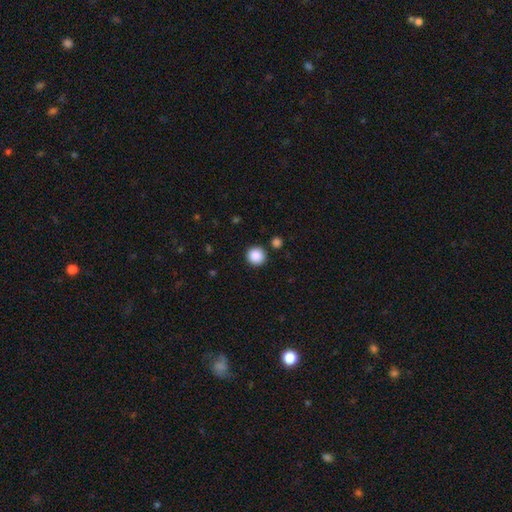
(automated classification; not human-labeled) Q: Smooth or featured?
A: smooth (88%); runner-up: star or artifact (9%)
Q: How rounded?
A: round (94%); runner-up: in between (5%)
Q: Merging?
A: none (90%); runner-up: minor disturbance (5%)